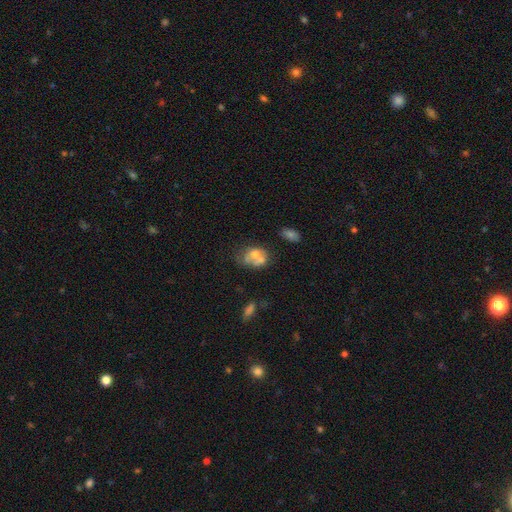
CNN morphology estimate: Smooth or featured? smooth (52%)
How rounded? in between (62%)
Merging? merger (49%)